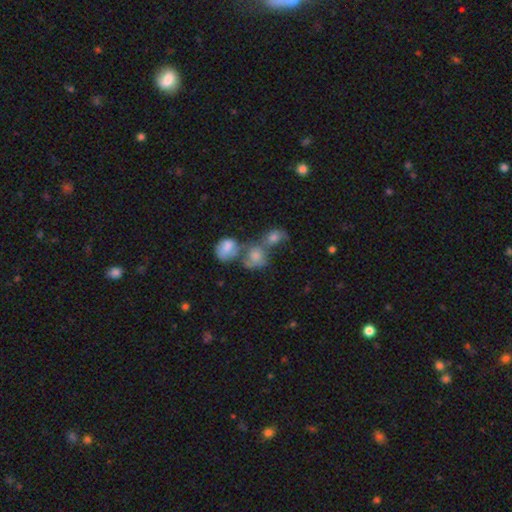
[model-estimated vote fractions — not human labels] Overall: smooth (63%). How rounded: round (54%; in between 44%). Merging: merger (57%; none 24%).